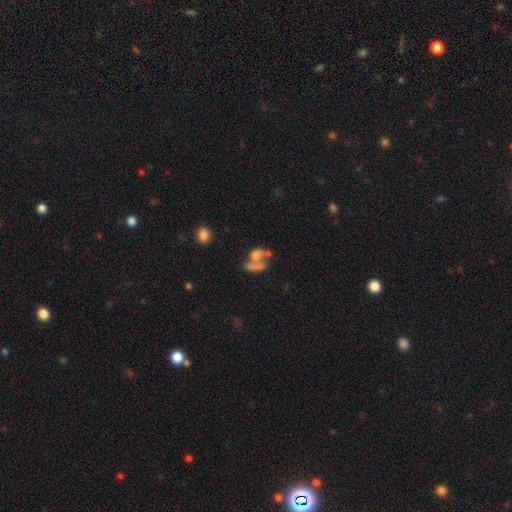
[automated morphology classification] Smooth or featured: smooth — 57% (featured or disk — 29%)
How rounded: in between — 63% (round — 31%)
Merging: merger — 52% (none — 23%)